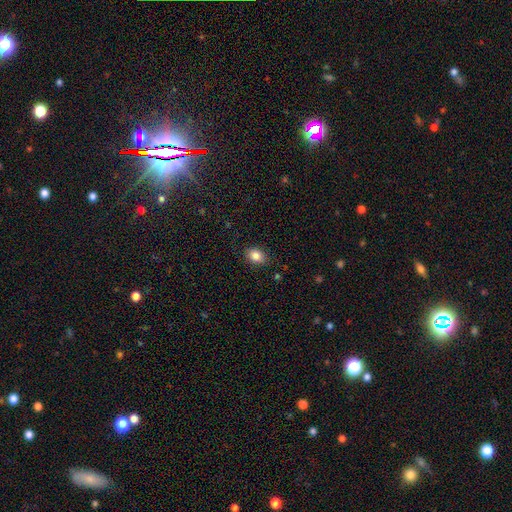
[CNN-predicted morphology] smooth-or-featured: smooth: 85% | star or artifact: 9% | featured or disk: 6%
  how-rounded: in between: 75% | round: 24% | cigar-shaped: 1%
  merging: none: 85% | minor disturbance: 11% | major disturbance: 3% | merger: 1%